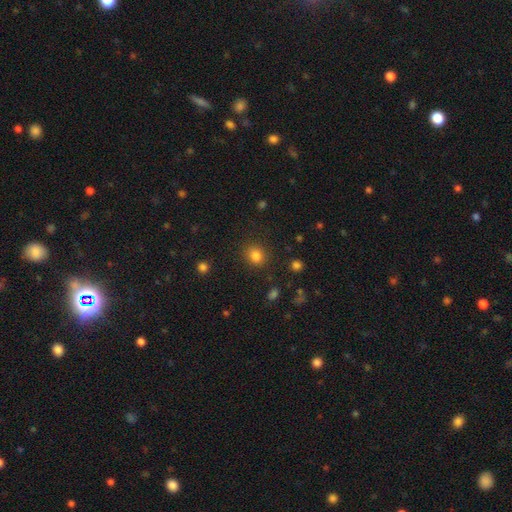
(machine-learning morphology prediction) This is clearly a smooth galaxy (83%). How rounded: likely round (76%). Merging: clearly none (86%).